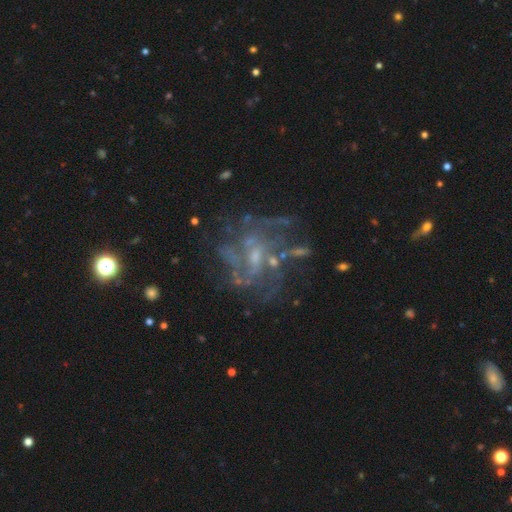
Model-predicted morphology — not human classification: Smooth or featured: featured or disk — 76% (star or artifact — 16%)
Edge-on disk: no — 98% (yes — 2%)
Bar: no — 53% (weak — 38%)
Spiral arms: yes — 66% (no — 34%)
Bulge size: small — 53% (moderate — 24%)
Merging: none — 53% (major disturbance — 24%)